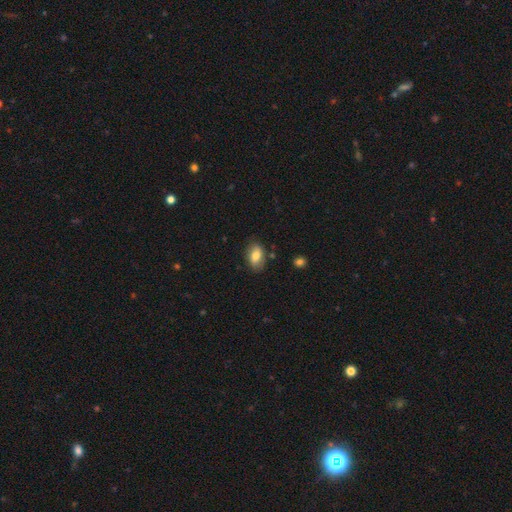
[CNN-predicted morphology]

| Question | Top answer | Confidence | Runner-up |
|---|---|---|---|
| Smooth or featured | smooth | 77% | featured or disk (15%) |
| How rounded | in between | 90% | round (8%) |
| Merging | none | 80% | minor disturbance (15%) |